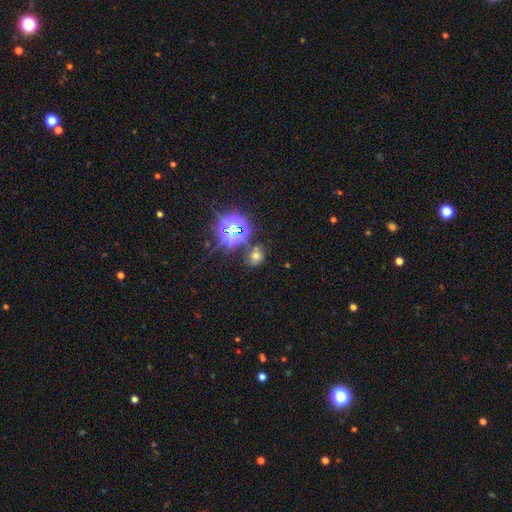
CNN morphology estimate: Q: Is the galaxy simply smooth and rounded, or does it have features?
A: smooth — 46%.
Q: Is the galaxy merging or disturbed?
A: none — 71%.